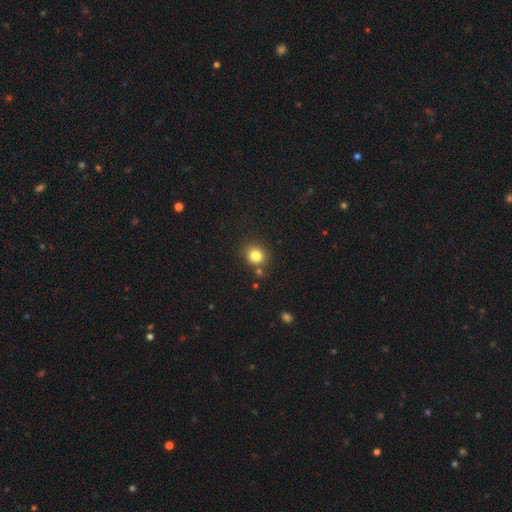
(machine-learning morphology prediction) A smooth galaxy with no disk features (81%) that is round (73%). Merging: none (79%).